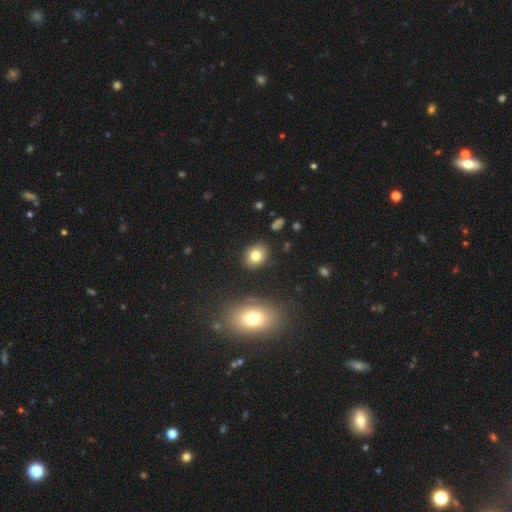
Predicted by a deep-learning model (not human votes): smooth 79%, star or artifact 11%, featured or disk 10%. Down the decision tree: how rounded — round (49%, tied with in between); merging — none (87%).